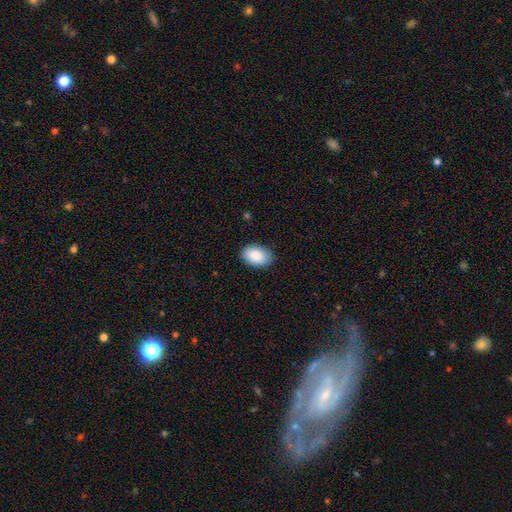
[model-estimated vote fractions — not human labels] Overall: smooth (88%). How rounded: in between (90%). Merging: none (87%).